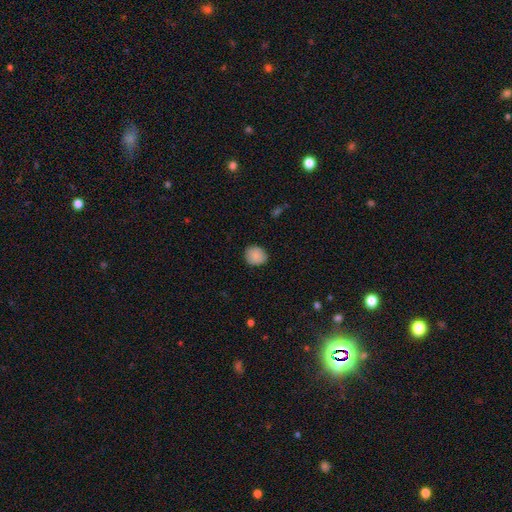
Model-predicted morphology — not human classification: Smooth or featured? smooth (87%)
How rounded? round (78%)
Merging? none (86%)